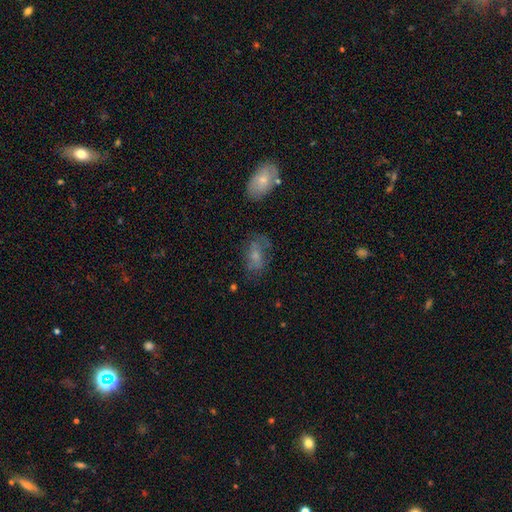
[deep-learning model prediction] smooth_or_featured: smooth (p=0.56) [alt: featured or disk p=0.31]
how_rounded: in between (p=0.86) [alt: round p=0.11]
merging: none (p=0.55) [alt: minor disturbance p=0.25]